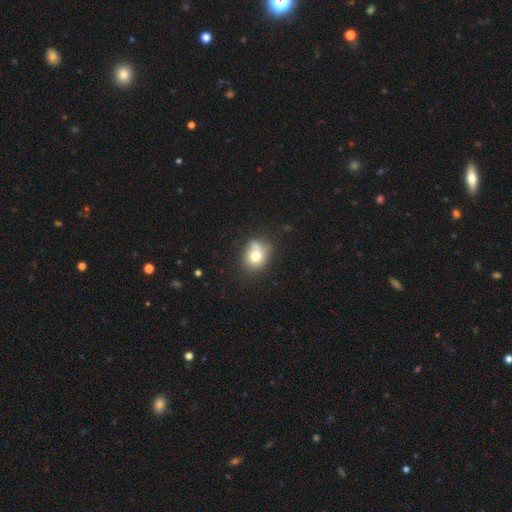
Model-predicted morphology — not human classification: Overall: smooth (74%). How rounded: round (62%; in between 37%). Merging: none (54%; minor disturbance 26%).